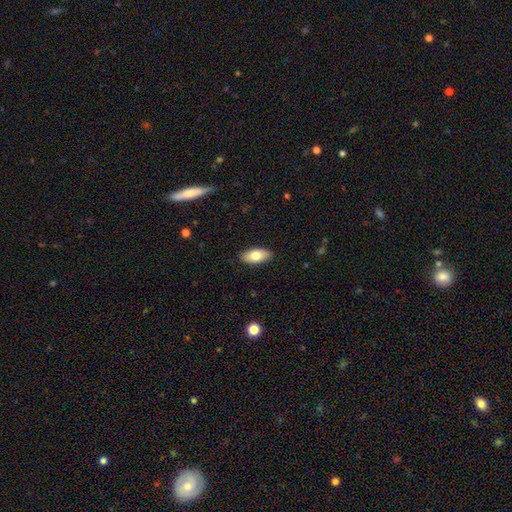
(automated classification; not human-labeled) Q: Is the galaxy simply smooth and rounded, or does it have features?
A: smooth — 78%.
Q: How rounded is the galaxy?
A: in between — 90%.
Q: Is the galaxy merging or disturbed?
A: none — 89%.